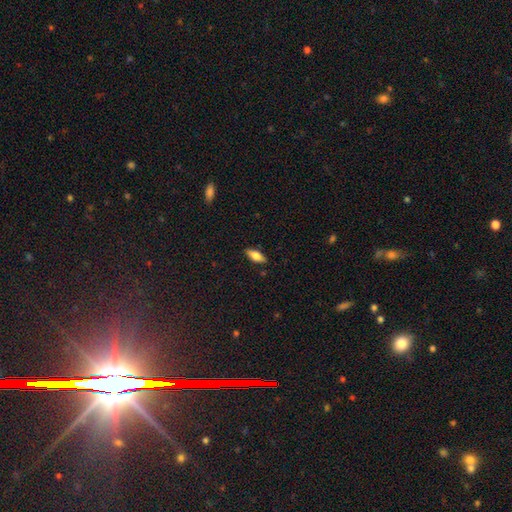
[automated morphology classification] Smooth or featured? Predicted: smooth (p=0.75). How rounded? Predicted: in between (p=0.76). Merging? Predicted: none (p=0.87).